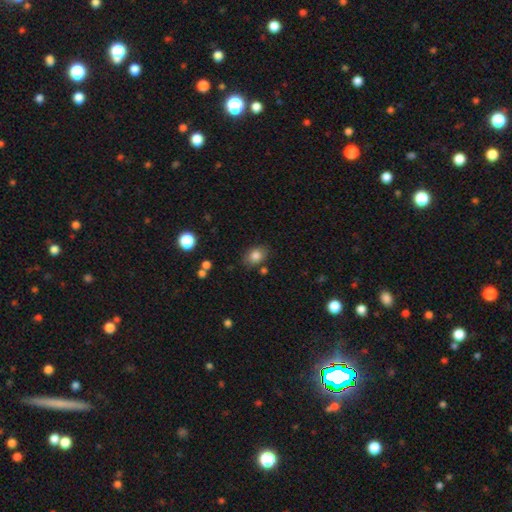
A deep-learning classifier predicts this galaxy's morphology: This appears to be a smooth galaxy with no disk features (82%) that is in between round and cigar-shaped (63%). Merging: none (79%).